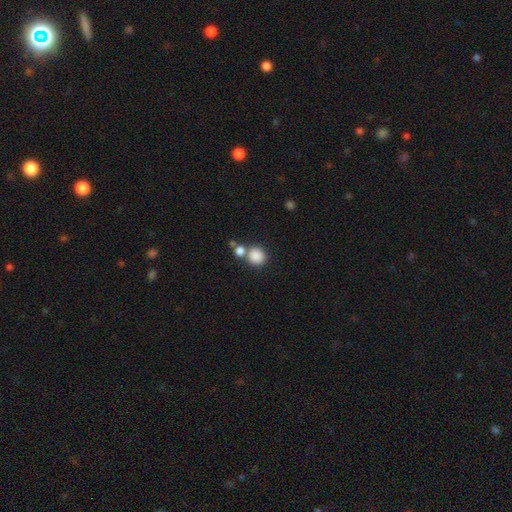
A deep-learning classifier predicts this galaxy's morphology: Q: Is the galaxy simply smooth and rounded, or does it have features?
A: smooth — 85%.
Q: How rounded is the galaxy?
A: round — 81%.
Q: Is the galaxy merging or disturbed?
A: none — 55%.